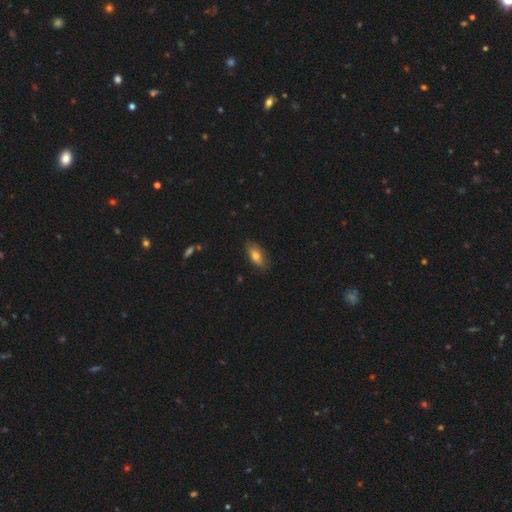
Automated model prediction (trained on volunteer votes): Smooth or featured: smooth — 77% (featured or disk — 16%)
How rounded: in between — 83% (cigar-shaped — 13%)
Merging: none — 82% (minor disturbance — 15%)